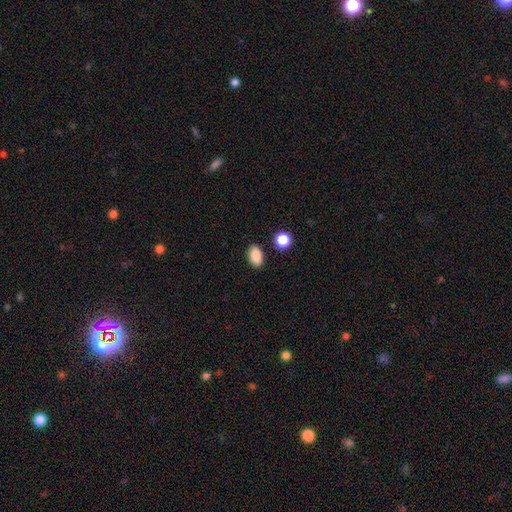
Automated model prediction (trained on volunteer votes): smooth-or-featured: smooth: 89% | star or artifact: 8% | featured or disk: 3%
  how-rounded: in between: 89% | round: 10% | cigar-shaped: 2%
  merging: none: 88% | minor disturbance: 8% | merger: 3% | major disturbance: 2%